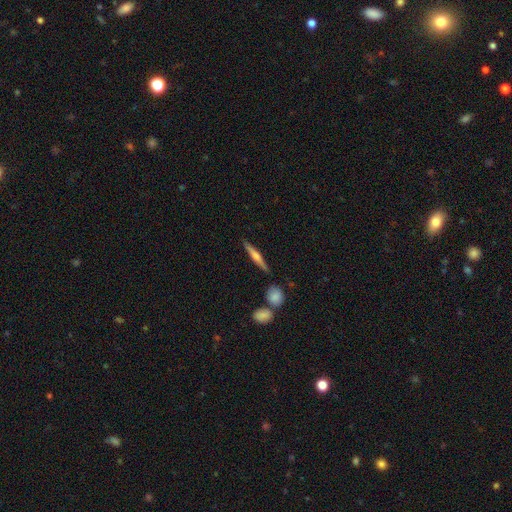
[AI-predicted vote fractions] Overall: featured or disk (58%; smooth 36%). Edge-on disk: yes (97%). Edge-on bulge: rounded (79%). Merging: none (87%).